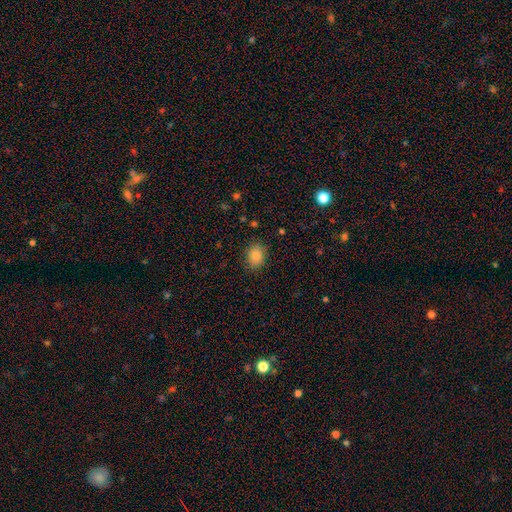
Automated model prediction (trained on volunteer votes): A smooth galaxy with no disk features (84%) that is in between round and cigar-shaped (58%). Merging: none (87%).